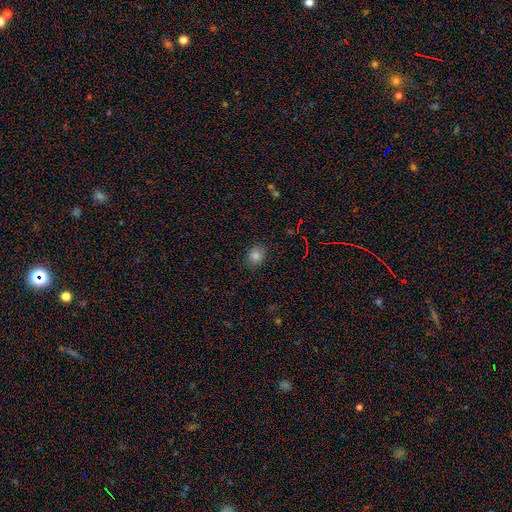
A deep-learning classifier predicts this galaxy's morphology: type=smooth (80%); roundness=round (60%); merging=none (85%).